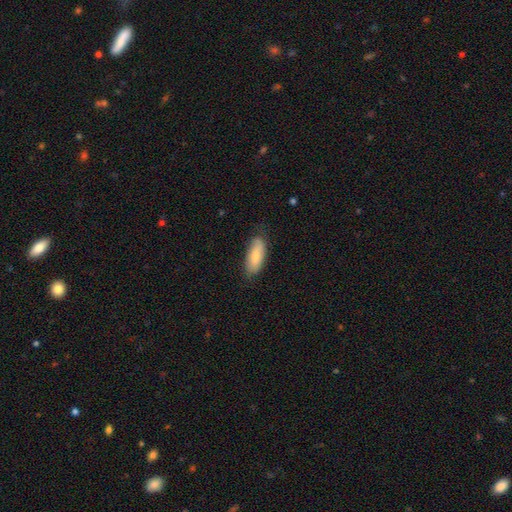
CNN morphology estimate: smooth_or_featured: smooth (p=0.80) [alt: featured or disk p=0.14]
how_rounded: in between (p=0.82) [alt: cigar-shaped p=0.16]
merging: none (p=0.73) [alt: minor disturbance p=0.21]